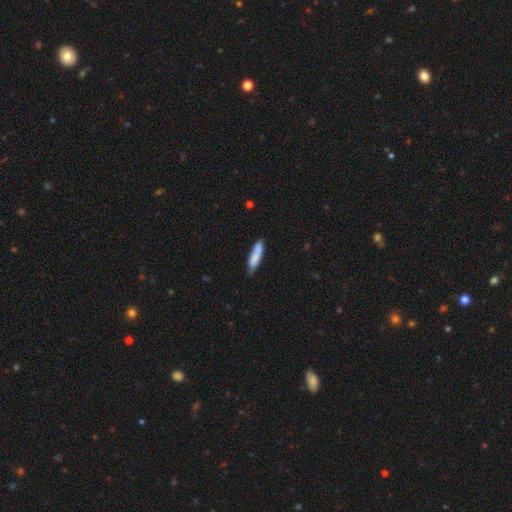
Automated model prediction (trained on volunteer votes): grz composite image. It shows a smooth galaxy with no disk features (80%) that is cigar-shaped (76%). Merging: none (72%).